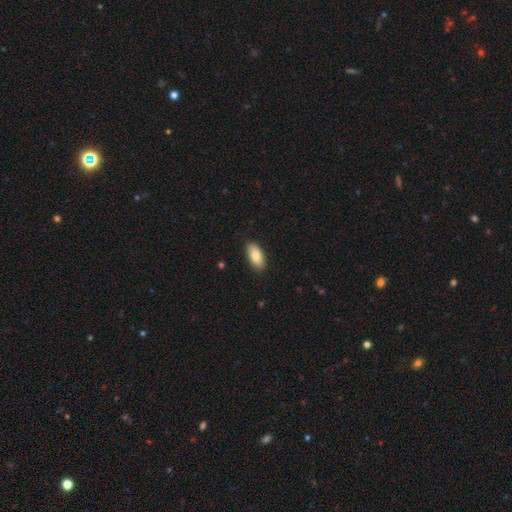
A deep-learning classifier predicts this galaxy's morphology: Smooth or featured: smooth — 84% (featured or disk — 9%)
How rounded: in between — 91% (cigar-shaped — 7%)
Merging: none — 88% (minor disturbance — 9%)